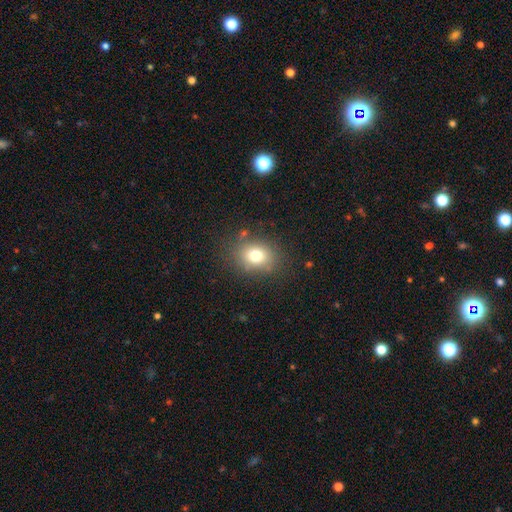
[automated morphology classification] Overall: smooth (76%). How rounded: in between (52%; round 47%). Merging: none (80%).